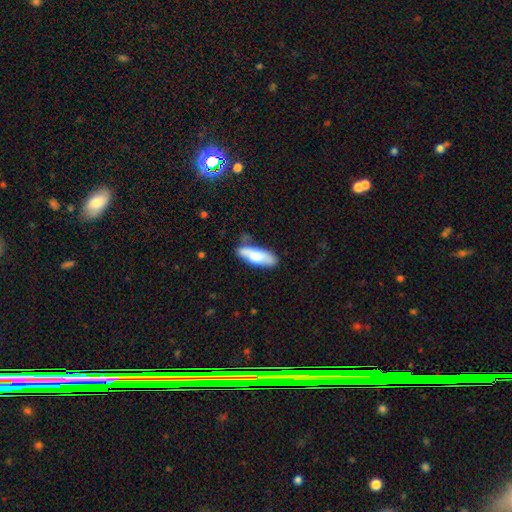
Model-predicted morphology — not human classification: Smooth or featured?
  - smooth: 74% *
  - featured or disk: 20%
  - star or artifact: 6%
How rounded?
  - in between: 56% *
  - cigar-shaped: 42%
  - round: 2%
Merging?
  - none: 65% *
  - minor disturbance: 24%
  - major disturbance: 6%
  - merger: 5%